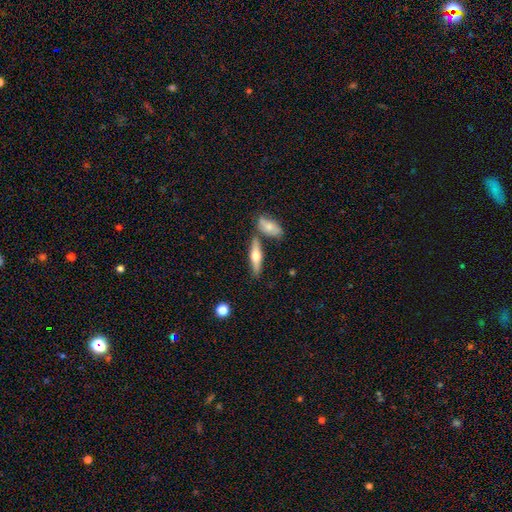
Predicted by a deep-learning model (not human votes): Smooth or featured: smooth — 47% (tied with featured or disk — 47%)
Merging: none — 71% (merger — 15%)